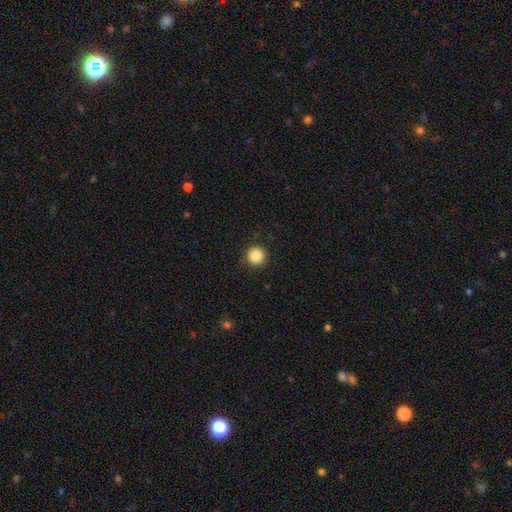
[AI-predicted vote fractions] Smooth or featured? smooth (87%)
How rounded? round (95%)
Merging? none (91%)